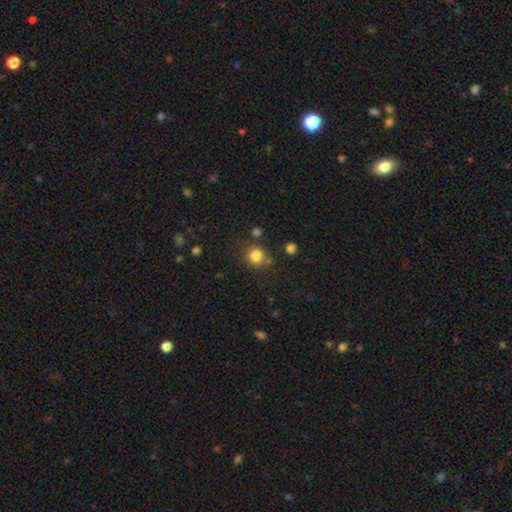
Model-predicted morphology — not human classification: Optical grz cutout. It shows a smooth galaxy with no disk features (83%) that is round (88%). Merging: none (77%).